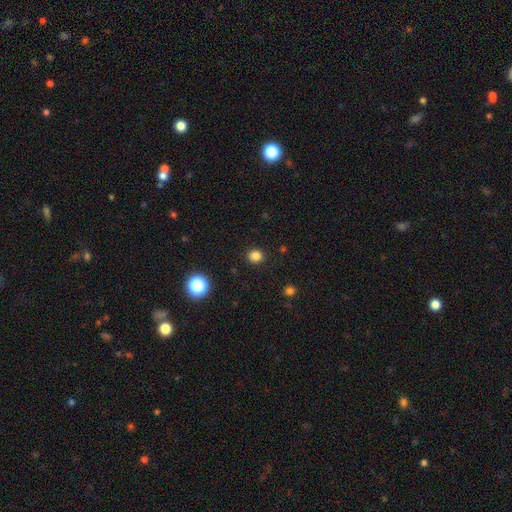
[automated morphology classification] Smooth or featured? smooth (82%)
How rounded? round (89%)
Merging? none (91%)